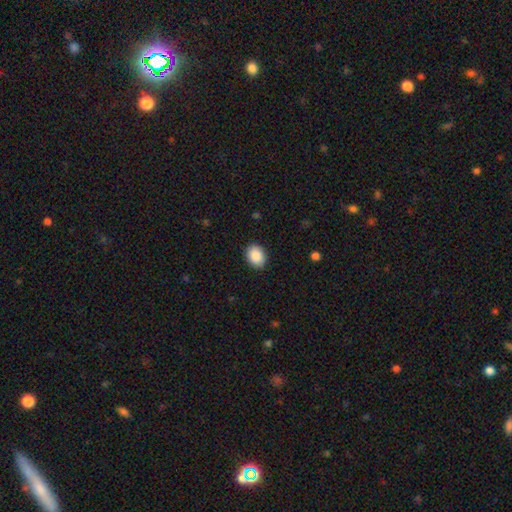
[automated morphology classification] This appears to be a smooth galaxy with no disk features (90%) that is in between round and cigar-shaped (68%). Merging: none (89%).